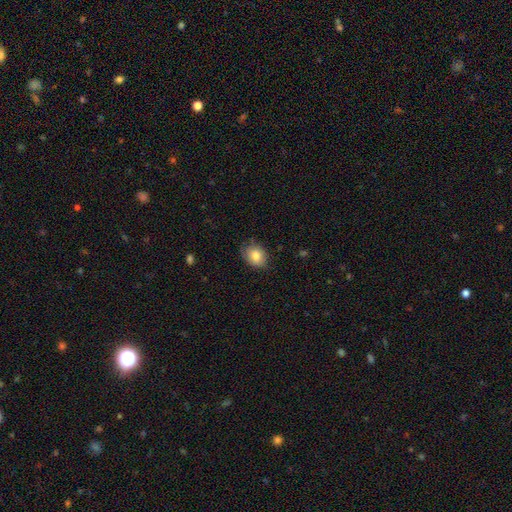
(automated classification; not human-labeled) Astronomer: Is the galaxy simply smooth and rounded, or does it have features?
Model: smooth — 81%.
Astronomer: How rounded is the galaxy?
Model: in between — 58% (runner-up: round, 41%).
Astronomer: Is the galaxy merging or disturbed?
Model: none — 73%.